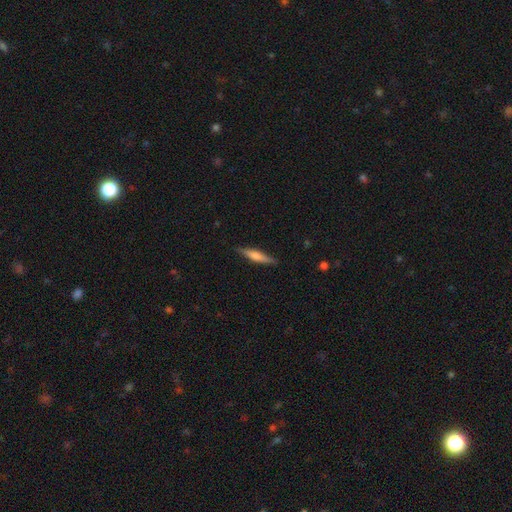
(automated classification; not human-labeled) This appears to be a smooth galaxy with no disk features (51%) that is cigar-shaped (87%). Merging: none (87%).